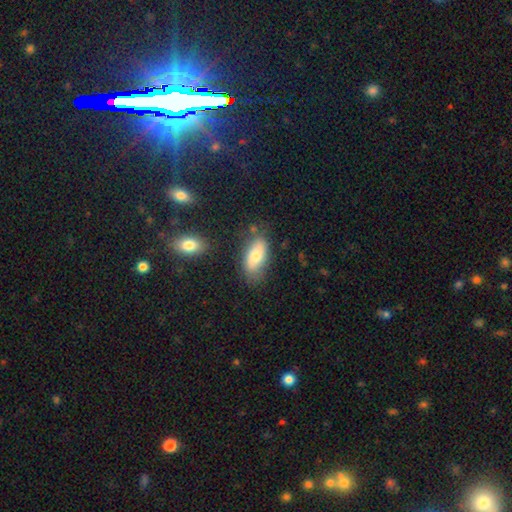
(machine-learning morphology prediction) Overall: smooth (72%). How rounded: in between (91%). Merging: none (70%).